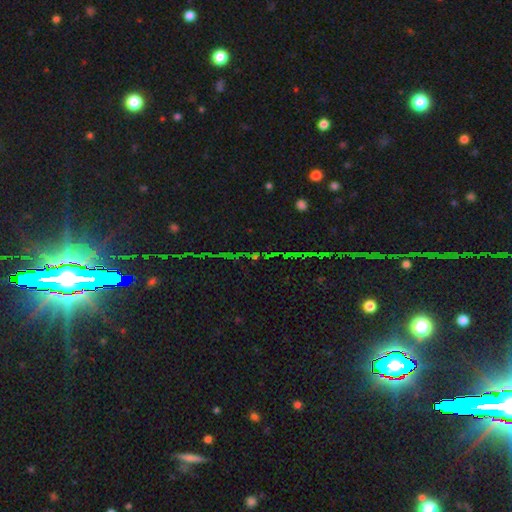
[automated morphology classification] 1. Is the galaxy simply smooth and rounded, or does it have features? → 76% star or artifact, 12% featured or disk, 12% smooth.